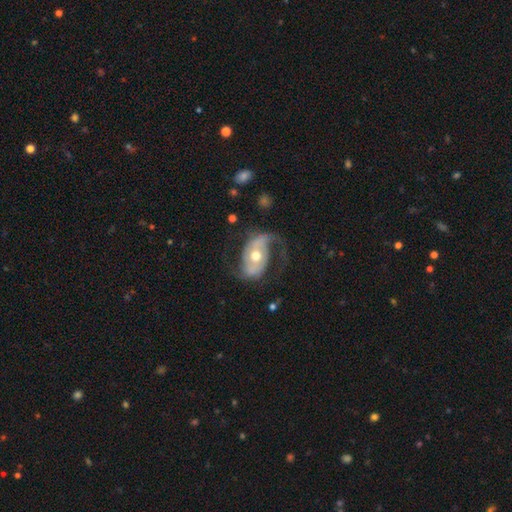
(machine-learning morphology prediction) A featured or disk galaxy (82%) with no bar (48%), 2 (81%) loose (52%) spiral arms (92%) and a moderate central bulge (75%). Merging: none (57%).